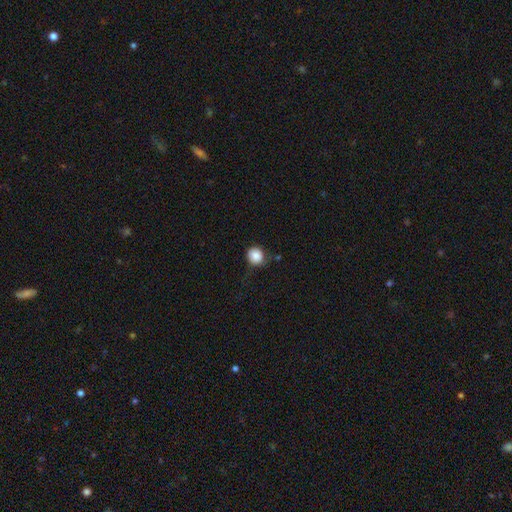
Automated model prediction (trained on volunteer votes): A smooth galaxy with no disk features (85%) that is round (90%).

Vote fractions:
- Smooth or featured? smooth: 85% / star or artifact: 10% / featured or disk: 5%
- How rounded? round: 90% / in between: 9% / cigar-shaped: 1%
- Merging? none: 67% / minor disturbance: 23% / major disturbance: 6% / merger: 3%